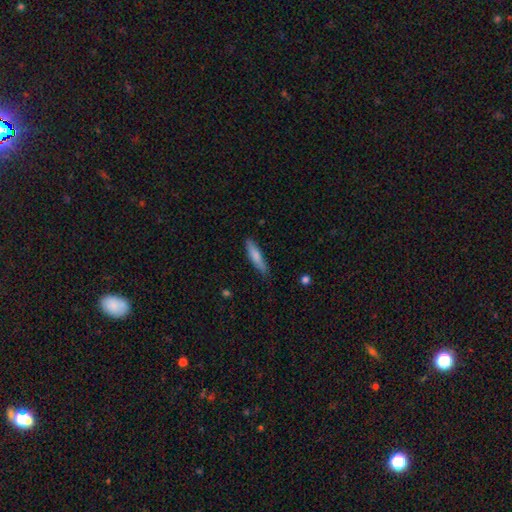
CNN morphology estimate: A smooth galaxy with no disk features (75%) that is cigar-shaped (82%). Merging: none (82%).